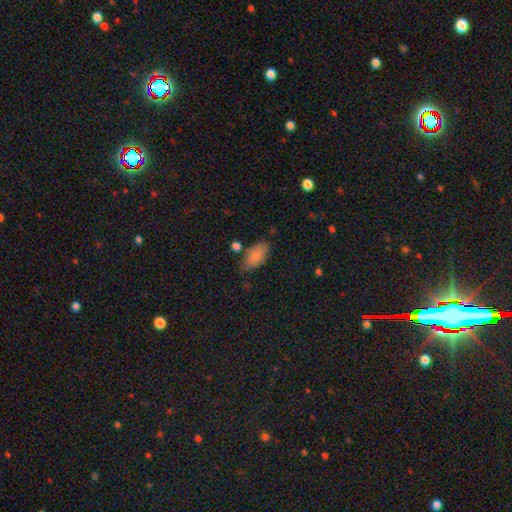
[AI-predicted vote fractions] Smooth or featured: smooth — 85% (featured or disk — 8%)
How rounded: in between — 92% (cigar-shaped — 5%)
Merging: none — 67% (minor disturbance — 21%)